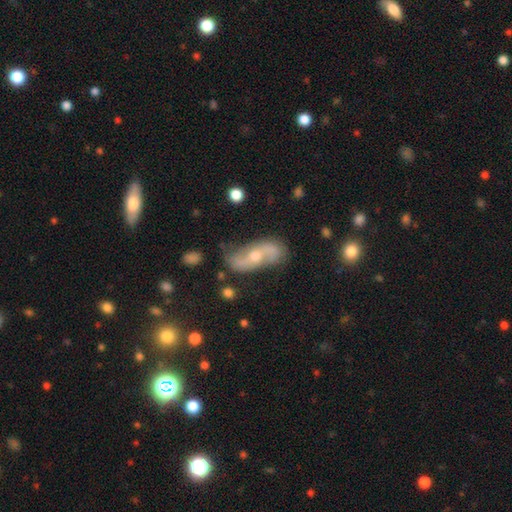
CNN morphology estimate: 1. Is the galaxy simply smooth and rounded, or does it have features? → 76% featured or disk, 17% smooth, 7% star or artifact.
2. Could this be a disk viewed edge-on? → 90% no, 10% yes.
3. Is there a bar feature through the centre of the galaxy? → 58% no, 30% weak, 12% strong.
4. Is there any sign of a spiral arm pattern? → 90% yes, 10% no.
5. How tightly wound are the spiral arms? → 66% loose, 24% medium, 10% tight.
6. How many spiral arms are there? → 90% 2, 5% can't tell, 2% 1, 1% 3, 1% 4, 1% more than 4.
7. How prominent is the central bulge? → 60% moderate, 35% small, 3% large, 1% none, 1% dominant.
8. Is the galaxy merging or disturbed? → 71% none, 19% minor disturbance, 7% major disturbance, 3% merger.